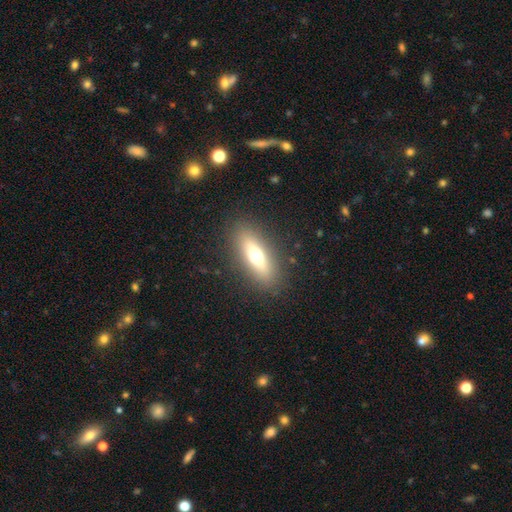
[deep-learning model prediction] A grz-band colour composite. It shows a smooth galaxy with no disk features (59%) that is in between round and cigar-shaped (54%). Merging: none (87%).